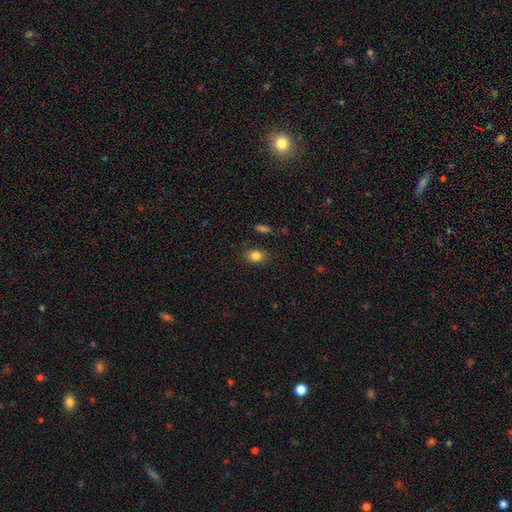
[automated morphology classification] A smooth galaxy with no disk features (84%) that is in between round and cigar-shaped (73%).

Vote fractions:
- Smooth or featured? smooth: 84% / star or artifact: 10% / featured or disk: 7%
- How rounded? in between: 73% / round: 26% / cigar-shaped: 1%
- Merging? none: 84% / minor disturbance: 11% / major disturbance: 3% / merger: 2%